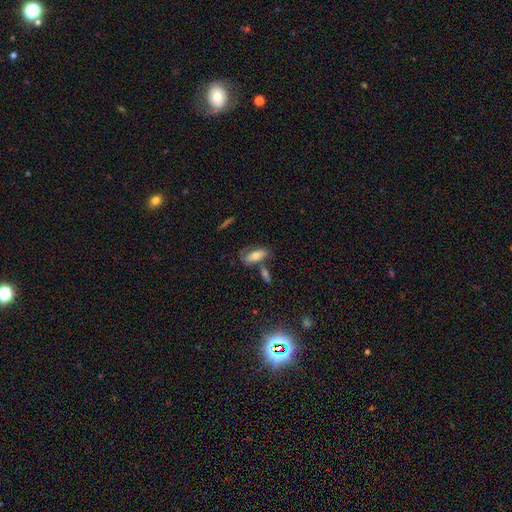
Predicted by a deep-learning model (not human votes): A smooth galaxy with no disk features (59%) that is in between round and cigar-shaped (83%).

Vote fractions:
- Smooth or featured? smooth: 59% / featured or disk: 32% / star or artifact: 9%
- How rounded? in between: 83% / cigar-shaped: 14% / round: 3%
- Merging? none: 51% / minor disturbance: 20% / merger: 19% / major disturbance: 10%